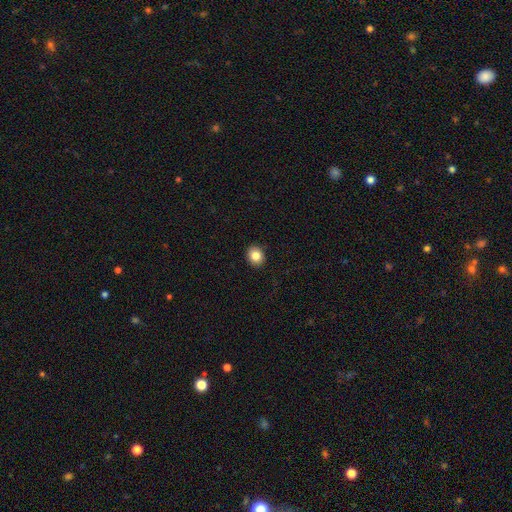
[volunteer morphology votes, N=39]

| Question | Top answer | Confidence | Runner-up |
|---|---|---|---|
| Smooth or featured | smooth | 92% | featured or disk (5%) |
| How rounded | round | 67% | in between (33%) |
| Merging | none | 95% | minor disturbance (5%) |